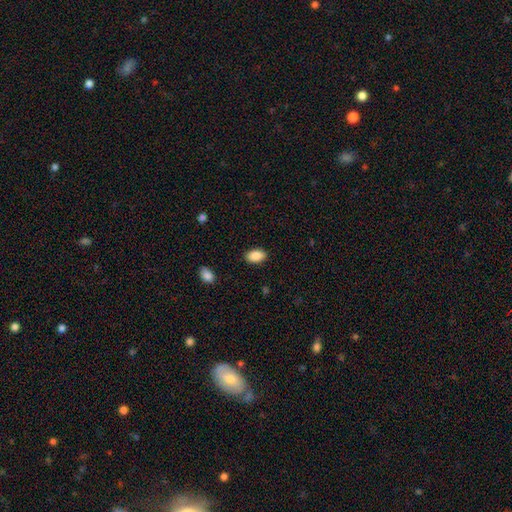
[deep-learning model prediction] A smooth galaxy with no disk features (89%) that is in between round and cigar-shaped (92%). Merging: none (88%).